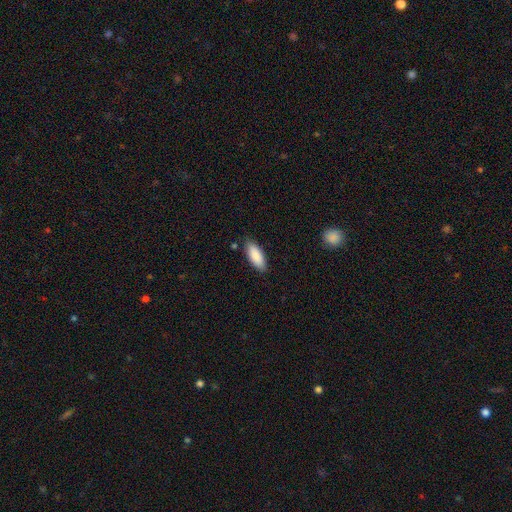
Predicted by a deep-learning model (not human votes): Smooth or featured?
  - smooth: 89% *
  - star or artifact: 6%
  - featured or disk: 6%
How rounded?
  - in between: 77% *
  - cigar-shaped: 21%
  - round: 2%
Merging?
  - none: 84% *
  - minor disturbance: 12%
  - major disturbance: 2%
  - merger: 2%